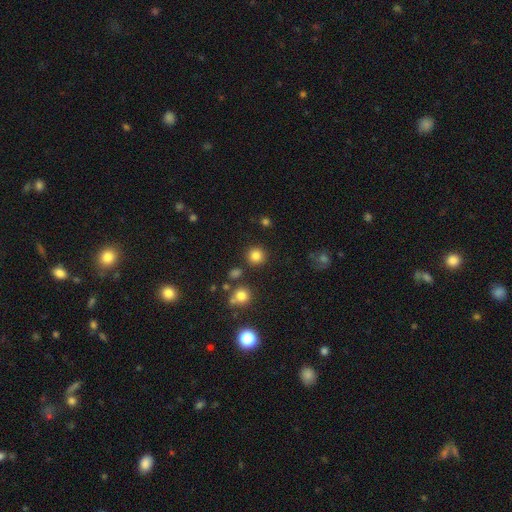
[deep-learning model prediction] smooth-or-featured: smooth: 82% | star or artifact: 13% | featured or disk: 5%
  how-rounded: round: 93% | in between: 6% | cigar-shaped: 1%
  merging: none: 87% | minor disturbance: 6% | merger: 4% | major disturbance: 3%